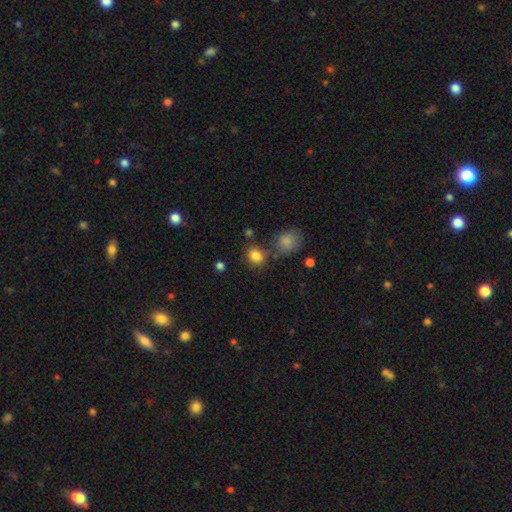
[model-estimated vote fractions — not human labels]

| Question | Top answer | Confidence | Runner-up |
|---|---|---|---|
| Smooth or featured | smooth | 84% | star or artifact (11%) |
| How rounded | round | 77% | in between (22%) |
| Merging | none | 73% | merger (12%) |